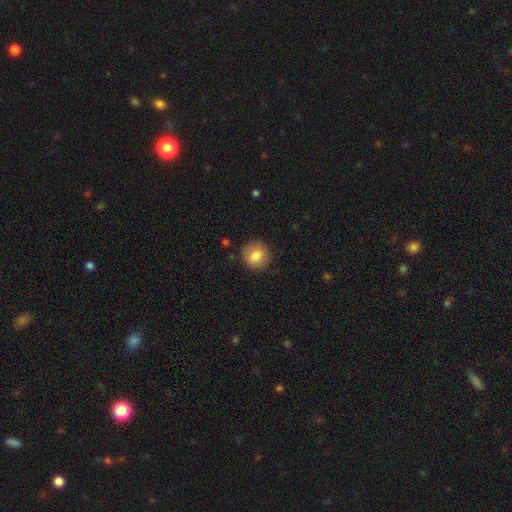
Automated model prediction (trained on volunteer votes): Overall: smooth (83%). How rounded: round (88%). Merging: none (86%).